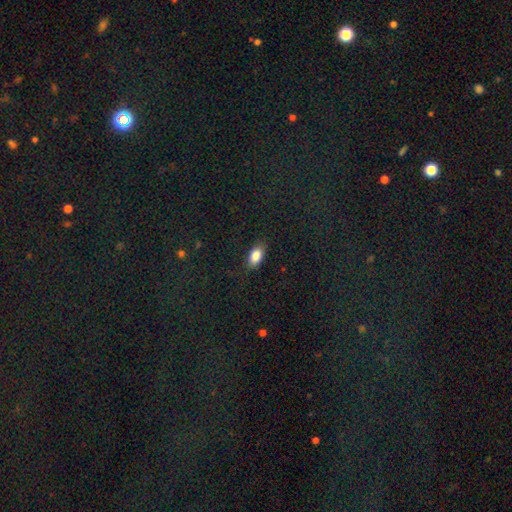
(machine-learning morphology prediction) type=smooth (86%); roundness=in between (91%); merging=none (83%).